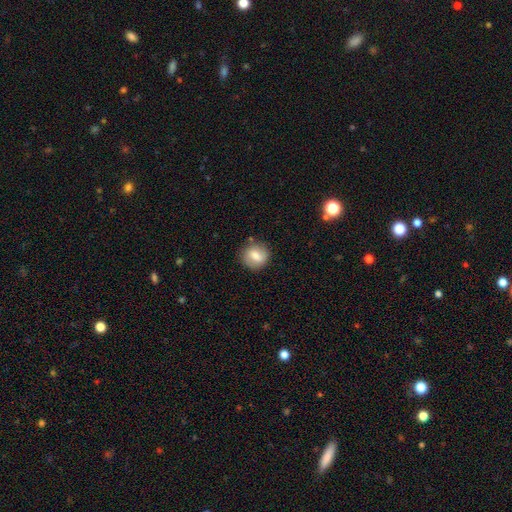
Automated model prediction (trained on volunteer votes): A smooth galaxy with no disk features (72%) that is round (82%).

Vote fractions:
- Smooth or featured? smooth: 72% / featured or disk: 20% / star or artifact: 8%
- How rounded? round: 82% / in between: 17% / cigar-shaped: 1%
- Merging? none: 82% / minor disturbance: 12% / major disturbance: 3% / merger: 2%